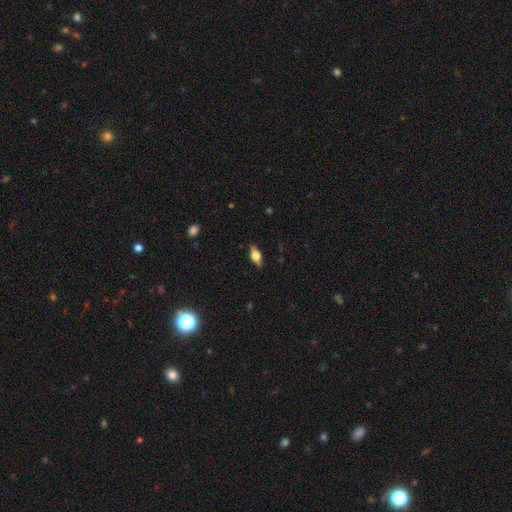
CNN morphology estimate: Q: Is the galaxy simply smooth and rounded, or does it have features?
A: smooth — 53%.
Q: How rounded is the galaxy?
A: in between — 76%.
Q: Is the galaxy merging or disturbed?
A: none — 87%.